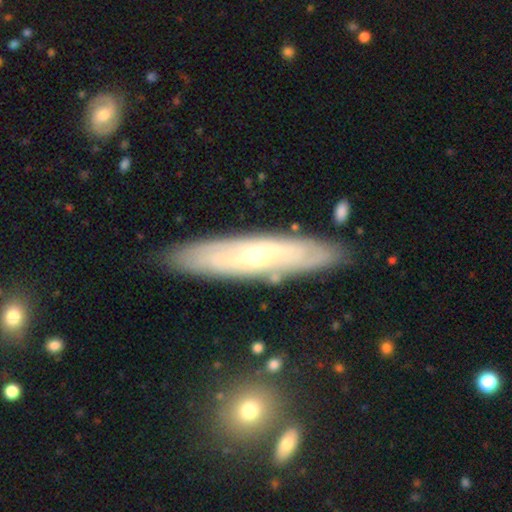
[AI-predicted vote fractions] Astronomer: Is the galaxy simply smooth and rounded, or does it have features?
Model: featured or disk — 72%.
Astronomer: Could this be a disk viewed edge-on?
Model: no — 59% (runner-up: yes, 41%).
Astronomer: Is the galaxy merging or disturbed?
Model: none — 85%.